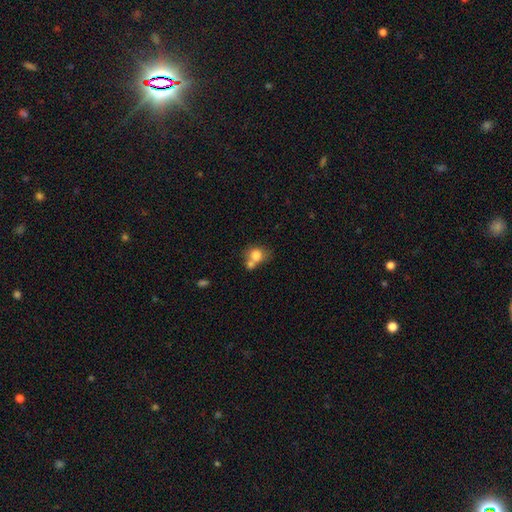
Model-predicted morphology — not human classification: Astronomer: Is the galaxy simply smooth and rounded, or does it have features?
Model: smooth — 77%.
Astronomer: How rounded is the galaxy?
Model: round — 69%.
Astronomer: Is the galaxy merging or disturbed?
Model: merger — 47% (runner-up: none, 36%).